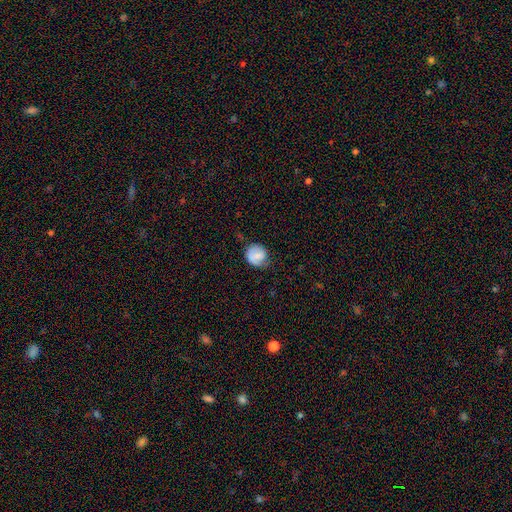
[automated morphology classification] The model was most divided on "merging": none: 61%, minor disturbance: 28%, major disturbance: 9%, merger: 2%. More confident: how rounded — round (80%); smooth or featured — smooth (67%).